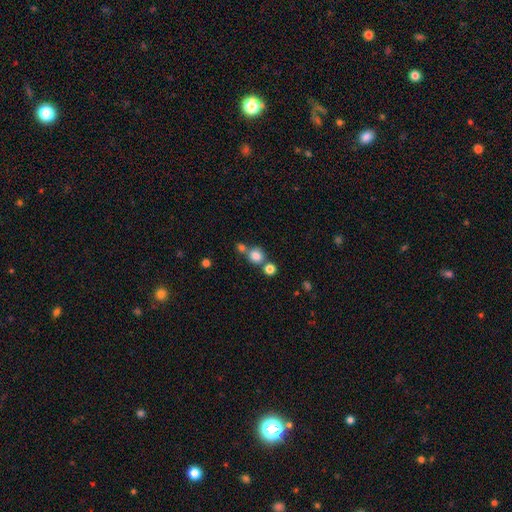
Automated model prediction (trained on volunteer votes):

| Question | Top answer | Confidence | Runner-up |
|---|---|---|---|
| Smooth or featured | smooth | 81% | star or artifact (12%) |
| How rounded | round | 82% | in between (17%) |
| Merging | none | 57% | merger (31%) |